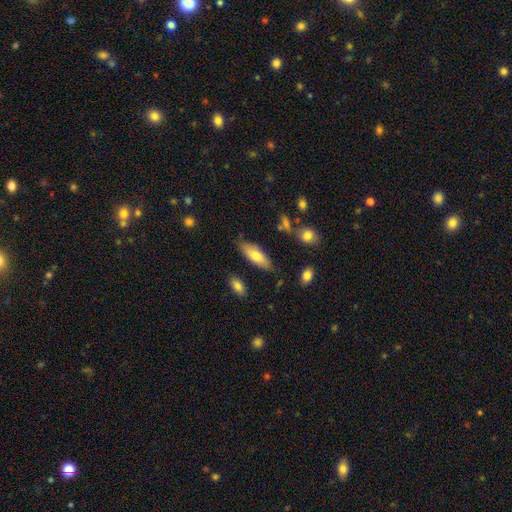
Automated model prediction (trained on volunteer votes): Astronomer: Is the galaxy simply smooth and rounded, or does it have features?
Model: smooth — 73%.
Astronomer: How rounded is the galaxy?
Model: in between — 70%.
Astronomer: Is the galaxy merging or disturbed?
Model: none — 79%.